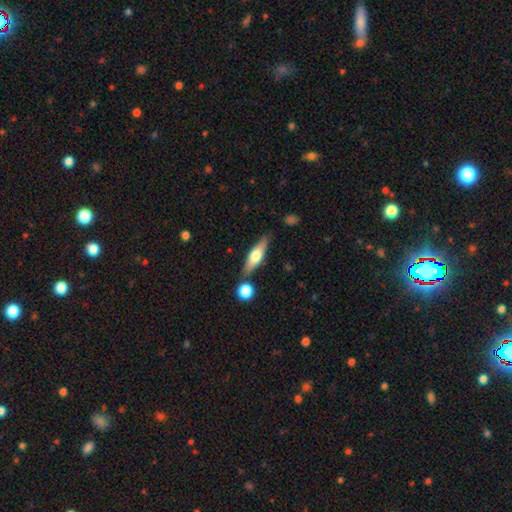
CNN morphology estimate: Smooth or featured: smooth — 47% (tied with featured or disk — 47%)
Merging: none — 77% (minor disturbance — 12%)